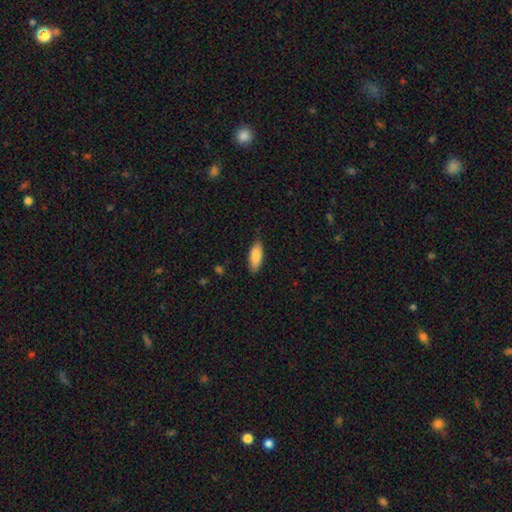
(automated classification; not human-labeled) smooth-or-featured: smooth: 84% | featured or disk: 10% | star or artifact: 6%
  how-rounded: in between: 80% | cigar-shaped: 18% | round: 2%
  merging: none: 81% | minor disturbance: 15% | major disturbance: 2% | merger: 1%